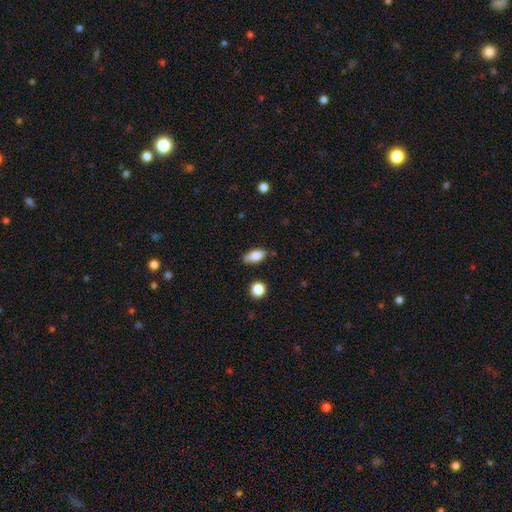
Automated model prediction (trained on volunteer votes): Overall: smooth (84%). How rounded: in between (87%). Merging: none (75%).